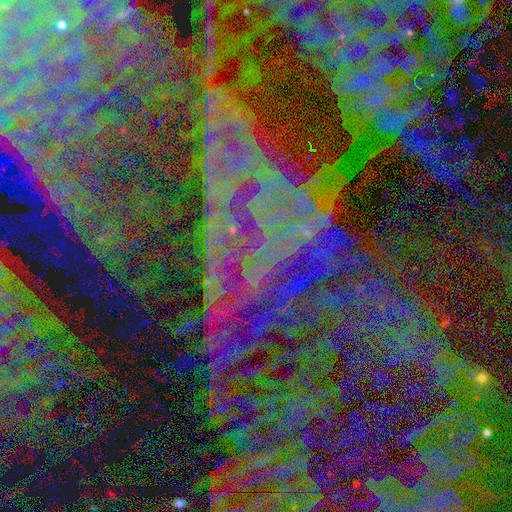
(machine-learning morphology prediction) A star or artifact, not a galaxy (85%).